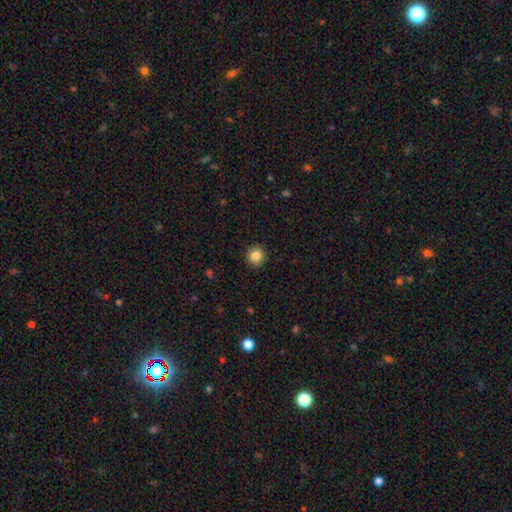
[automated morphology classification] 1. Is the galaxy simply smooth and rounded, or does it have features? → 85% smooth, 10% star or artifact, 5% featured or disk.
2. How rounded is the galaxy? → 91% round, 8% in between, 1% cigar-shaped.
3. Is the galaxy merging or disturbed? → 92% none, 6% minor disturbance, 2% major disturbance, 1% merger.